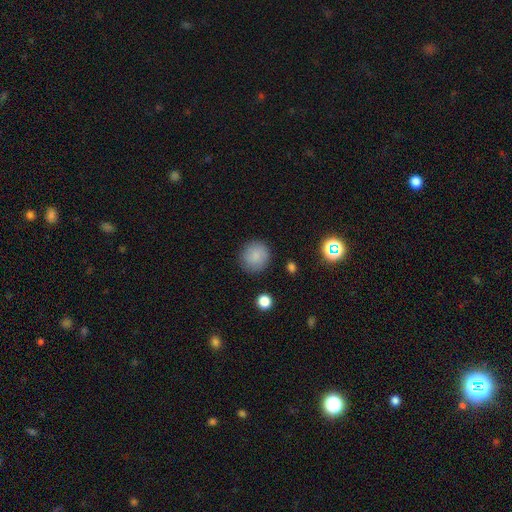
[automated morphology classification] This appears to be a smooth galaxy with no disk features (85%) that is round (91%). Merging: none (86%).